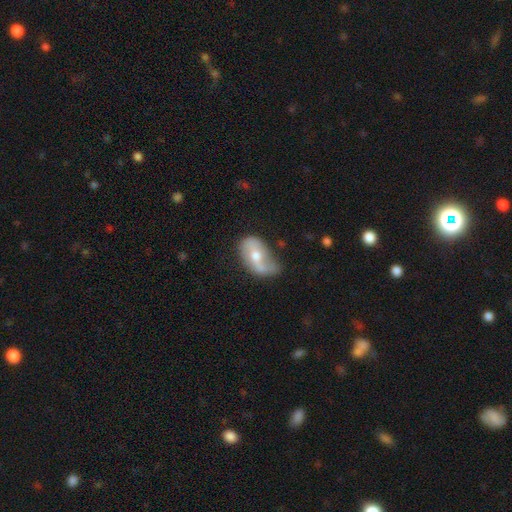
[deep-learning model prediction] This is possibly a featured or disk galaxy (57%). It is clearly not viewed edge-on (94%). Bar: possibly no (48%). Spiral arm pattern: likely yes (70%). Central bulge: likely moderate (65%). Merging: marginally minor disturbance (39%).